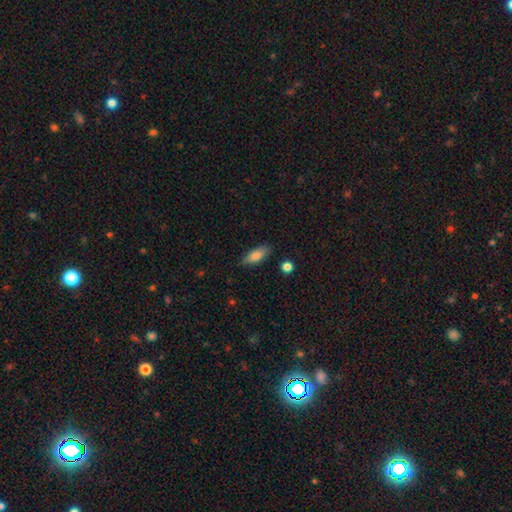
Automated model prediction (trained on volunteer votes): Overall: smooth (82%). How rounded: in between (79%). Merging: none (83%).